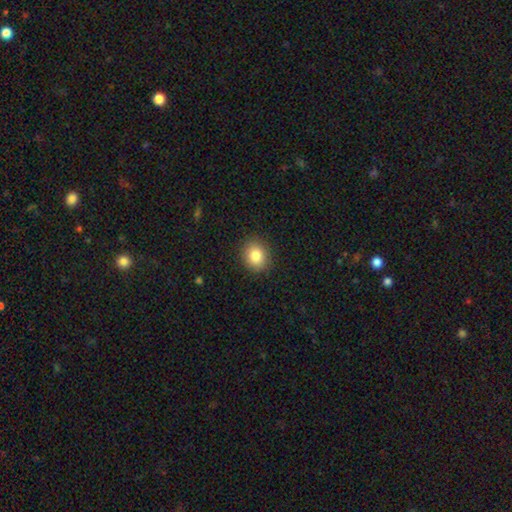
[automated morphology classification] This appears to be a smooth galaxy with no disk features (85%) that is round (60%). Merging: none (89%).